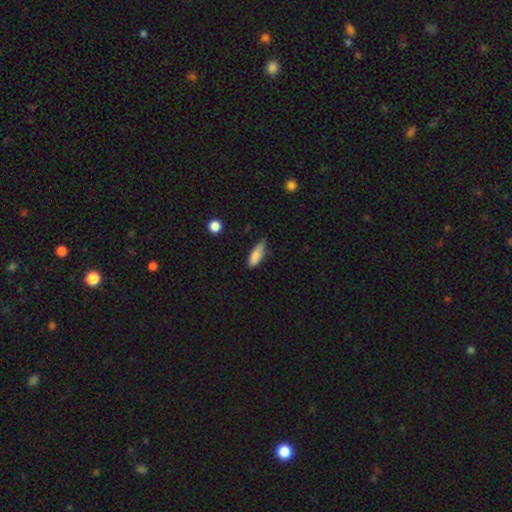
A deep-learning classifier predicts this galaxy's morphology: smooth-or-featured: smooth: 85% | featured or disk: 8% | star or artifact: 7%
  how-rounded: in between: 59% | cigar-shaped: 39% | round: 2%
  merging: none: 58% | minor disturbance: 35% | major disturbance: 5% | merger: 2%